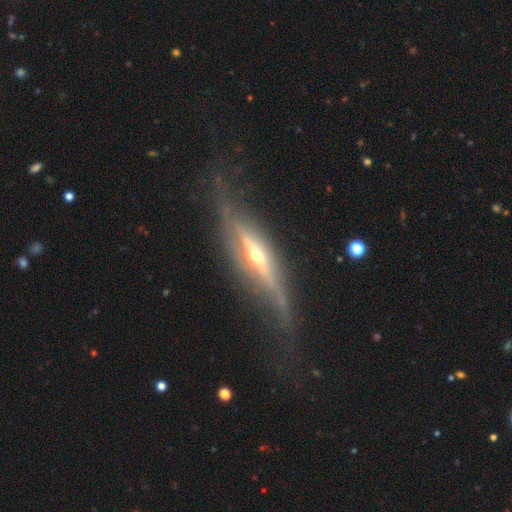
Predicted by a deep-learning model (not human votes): Morphology: type=featured or disk (82%); edge-on=yes (89%); edge-on bulge=rounded (87%); merging=none (66%).